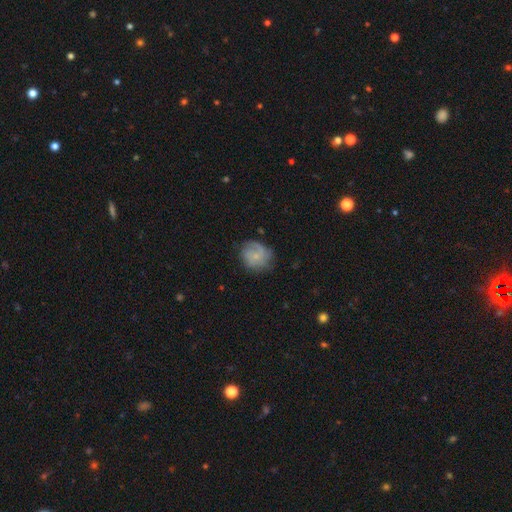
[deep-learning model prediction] This appears to be a featured or disk galaxy (52%) with no bar (75%), spiral arms (84%) and a small central bulge (73%). Merging: none (66%).